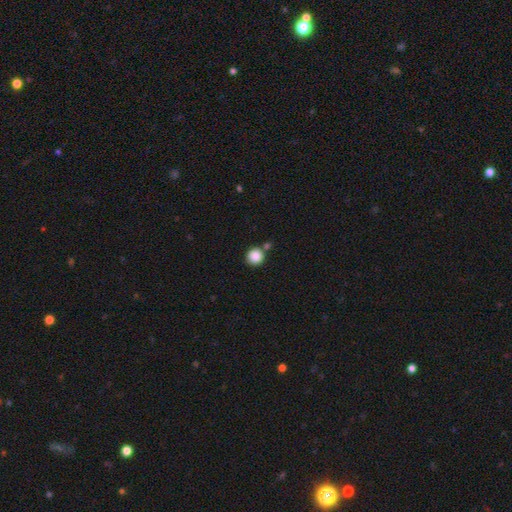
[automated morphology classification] smooth_or_featured: smooth (p=0.87) [alt: star or artifact p=0.10]
how_rounded: round (p=0.94) [alt: in between p=0.05]
merging: none (p=0.75) [alt: merger p=0.13]